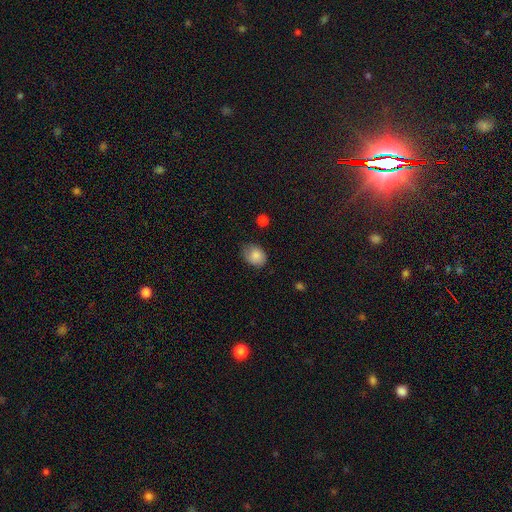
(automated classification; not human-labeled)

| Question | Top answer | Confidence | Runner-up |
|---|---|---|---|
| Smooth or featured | smooth | 84% | star or artifact (8%) |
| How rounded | in between | 60% | round (39%) |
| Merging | none | 69% | minor disturbance (25%) |